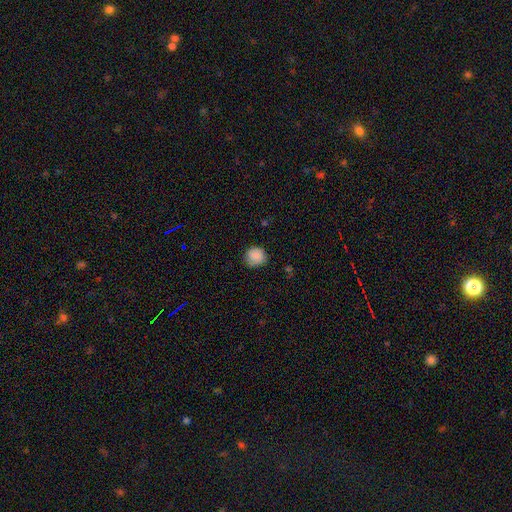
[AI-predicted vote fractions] smooth_or_featured: smooth (p=0.86) [alt: star or artifact p=0.08]
how_rounded: round (p=0.85) [alt: in between p=0.14]
merging: none (p=0.73) [alt: minor disturbance p=0.21]